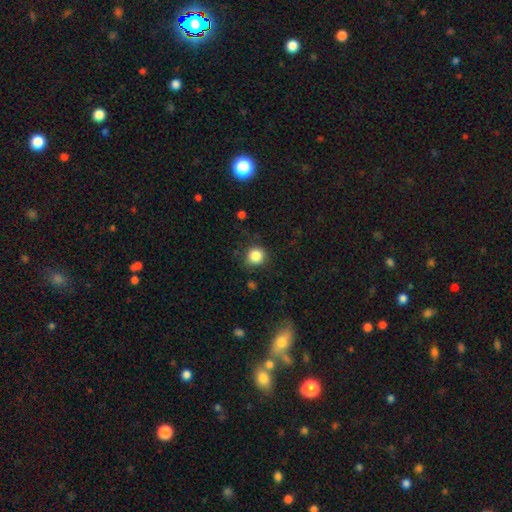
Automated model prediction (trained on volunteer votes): Morphology: type=smooth (85%); roundness=round (91%); merging=none (82%).